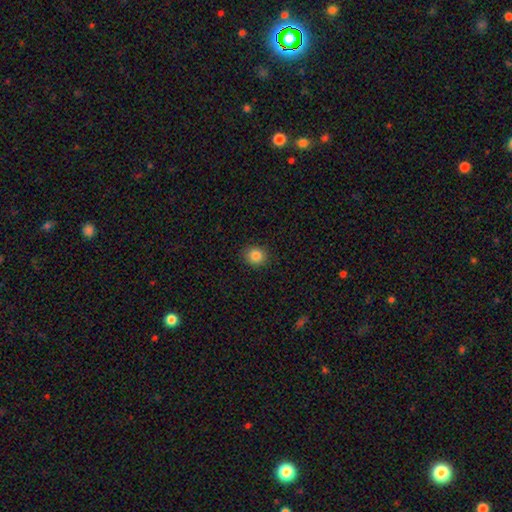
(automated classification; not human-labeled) The model was most divided on "how rounded": round: 79%, in between: 20%, cigar-shaped: 1%. More confident: merging — none (91%); smooth or featured — smooth (84%).